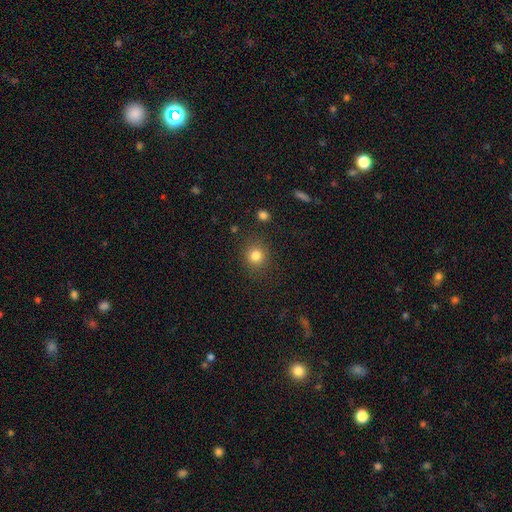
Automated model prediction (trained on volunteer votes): Smooth or featured? smooth (82%)
How rounded? round (88%)
Merging? none (87%)